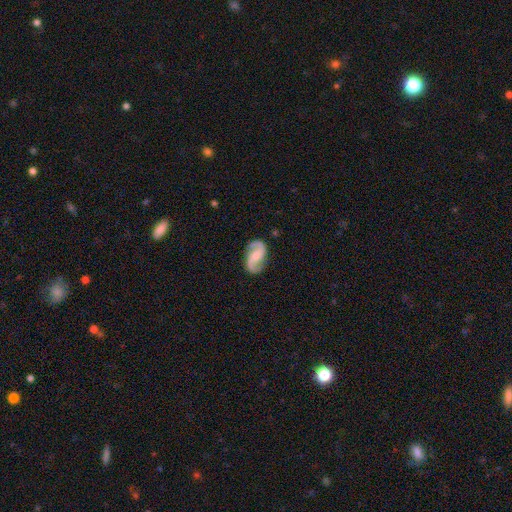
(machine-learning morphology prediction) Smooth or featured: featured or disk — 88% (smooth — 7%)
Edge-on disk: no — 98% (yes — 2%)
Bar: no — 43% (weak — 39%)
Spiral arms: yes — 98% (no — 2%)
Spiral winding: medium — 49% (loose — 36%)
Spiral arm count: 2 — 94% (can't tell — 2%)
Bulge size: none — 47% (small — 22%)
Merging: none — 83% (minor disturbance — 12%)